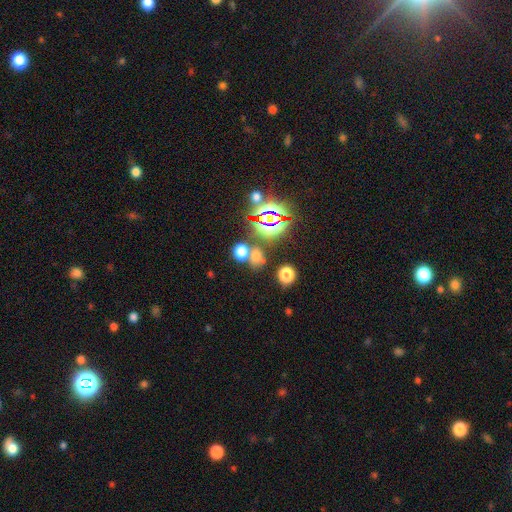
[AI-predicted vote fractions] smooth_or_featured: smooth (p=0.56) [alt: star or artifact p=0.35]
how_rounded: round (p=0.56) [alt: in between p=0.43]
merging: none (p=0.56) [alt: merger p=0.29]